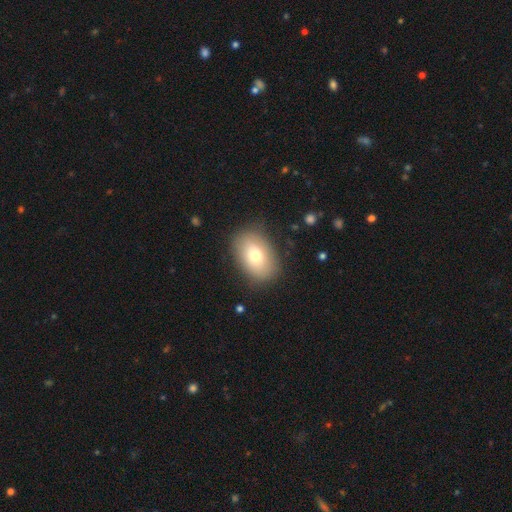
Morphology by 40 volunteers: type=smooth (78%); roundness=in between (94%); merging=none (82%).